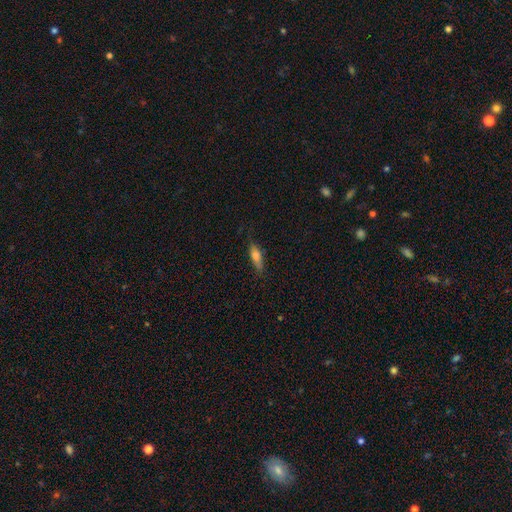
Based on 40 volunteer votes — Q: Smooth or featured?
A: smooth (60%); runner-up: featured or disk (38%)
Q: How rounded?
A: cigar-shaped (50%); runner-up: in between (46%)
Q: Merging?
A: none (67%); runner-up: minor disturbance (28%)